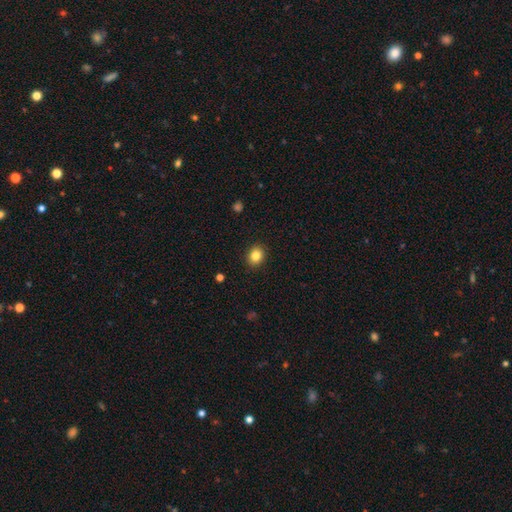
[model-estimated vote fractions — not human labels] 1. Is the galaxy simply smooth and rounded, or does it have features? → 84% smooth, 10% star or artifact, 6% featured or disk.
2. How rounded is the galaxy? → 59% round, 40% in between, 1% cigar-shaped.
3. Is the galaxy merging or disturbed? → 90% none, 7% minor disturbance, 2% major disturbance, 1% merger.